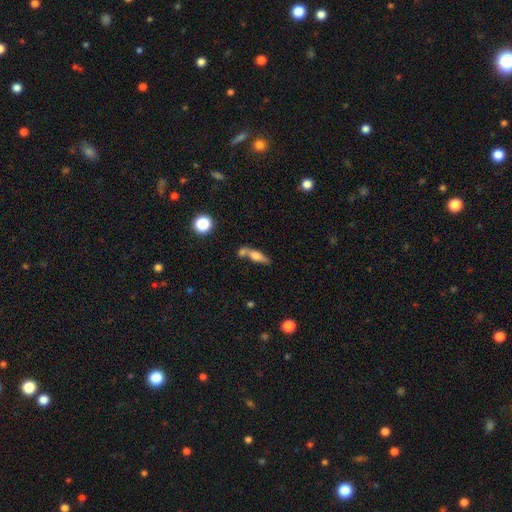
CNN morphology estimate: A smooth galaxy with no disk features (56%) that is cigar-shaped (54%). Merging: none (48%).